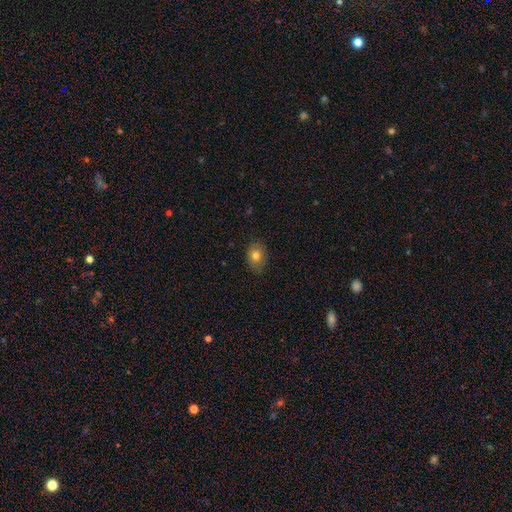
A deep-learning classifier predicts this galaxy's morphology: This appears to be a smooth galaxy with no disk features (77%) that is in between round and cigar-shaped (63%). Merging: none (79%).